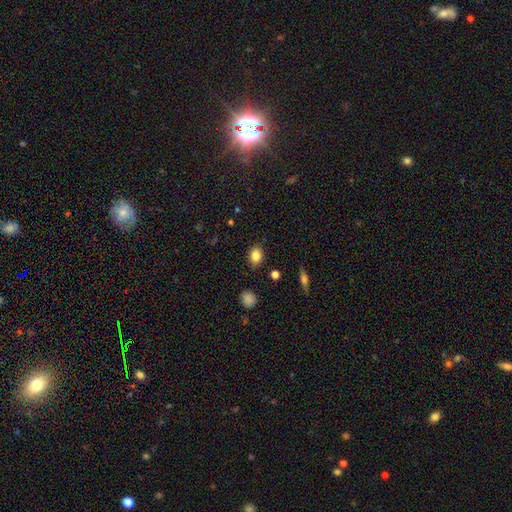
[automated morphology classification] Overall: smooth (84%). How rounded: in between (66%; round 32%). Merging: none (84%).